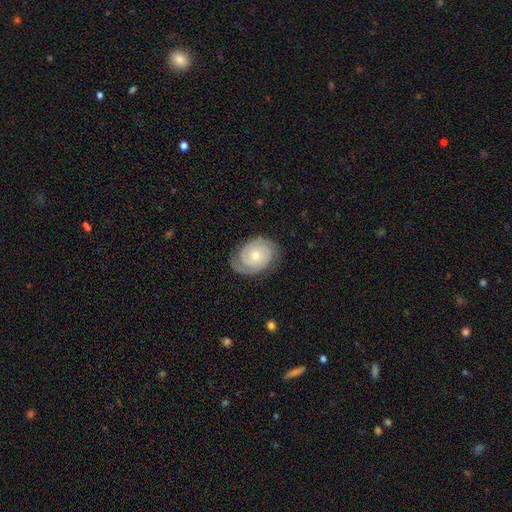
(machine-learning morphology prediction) Smooth or featured?
  - featured or disk: 85% *
  - smooth: 10%
  - star or artifact: 5%
Edge-on disk?
  - no: 97% *
  - yes: 3%
Bar?
  - no: 75% *
  - weak: 21%
  - strong: 4%
Spiral arms?
  - yes: 97% *
  - no: 3%
Spiral winding?
  - tight: 75% *
  - medium: 21%
  - loose: 4%
Spiral arm count?
  - 2: 73% *
  - can't tell: 10%
  - 3: 9%
  - 1: 4%
  - 4: 2%
  - more than 4: 2%
Bulge size?
  - moderate: 50% *
  - small: 46%
  - large: 2%
  - none: 1%
  - dominant: 1%
Merging?
  - none: 79% *
  - minor disturbance: 15%
  - major disturbance: 5%
  - merger: 1%